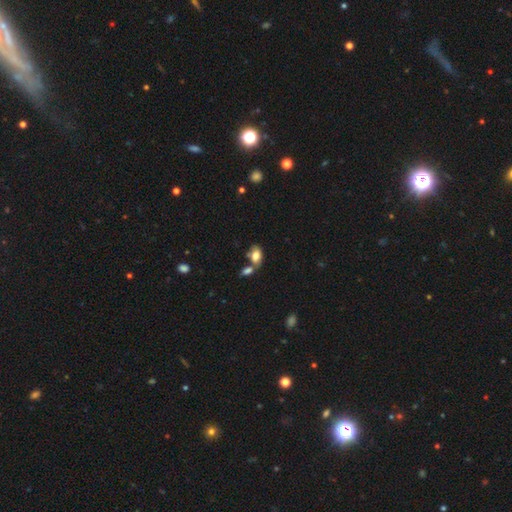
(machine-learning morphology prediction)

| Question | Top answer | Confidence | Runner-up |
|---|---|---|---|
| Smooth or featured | smooth | 79% | featured or disk (13%) |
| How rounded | in between | 89% | round (8%) |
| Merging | none | 48% | merger (34%) |